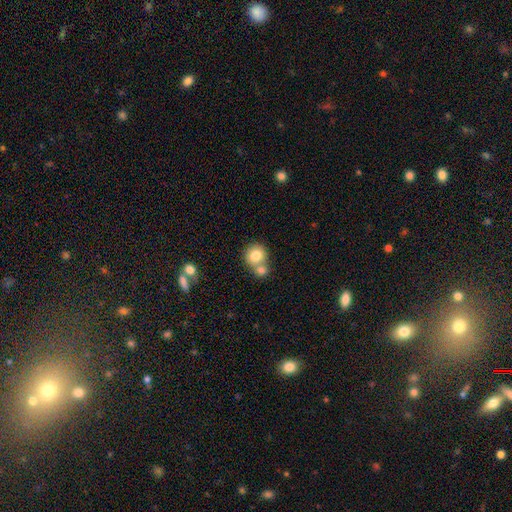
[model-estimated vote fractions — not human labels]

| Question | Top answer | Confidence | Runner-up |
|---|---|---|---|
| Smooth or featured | smooth | 79% | featured or disk (12%) |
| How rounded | round | 85% | in between (14%) |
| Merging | merger | 47% | none (43%) |